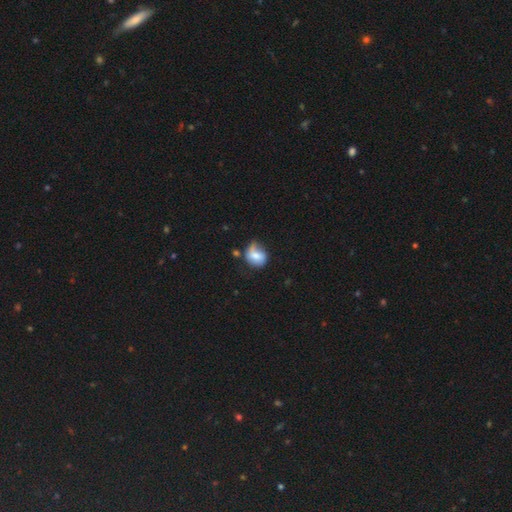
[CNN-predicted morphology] This appears to be a smooth galaxy with no disk features (65%) that is round (59%). Merging: none (38%).